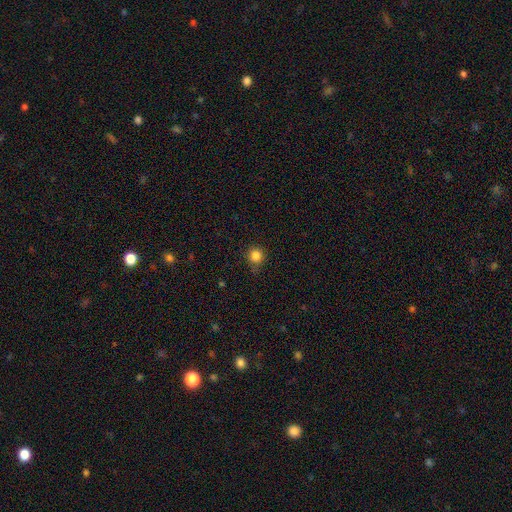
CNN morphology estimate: Smooth or featured?
  - smooth: 84% *
  - star or artifact: 12%
  - featured or disk: 4%
How rounded?
  - round: 93% *
  - in between: 6%
  - cigar-shaped: 1%
Merging?
  - none: 81% *
  - minor disturbance: 15%
  - major disturbance: 3%
  - merger: 1%